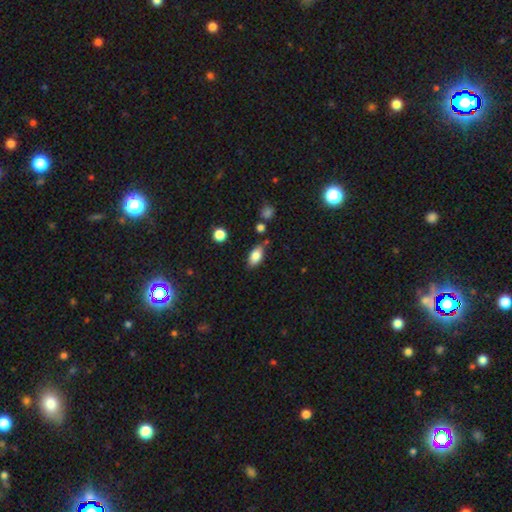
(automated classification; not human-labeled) A smooth galaxy with no disk features (82%) that is in between round and cigar-shaped (89%).

Vote fractions:
- Smooth or featured? smooth: 82% / featured or disk: 10% / star or artifact: 8%
- How rounded? in between: 89% / cigar-shaped: 6% / round: 5%
- Merging? none: 74% / minor disturbance: 17% / merger: 6% / major disturbance: 4%